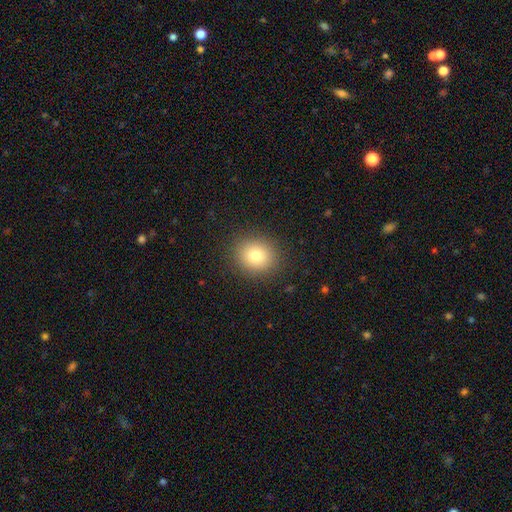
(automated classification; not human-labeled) Smooth or featured?
  - smooth: 79% *
  - star or artifact: 13%
  - featured or disk: 9%
How rounded?
  - round: 79% *
  - in between: 20%
  - cigar-shaped: 1%
Merging?
  - none: 90% *
  - minor disturbance: 6%
  - major disturbance: 2%
  - merger: 1%